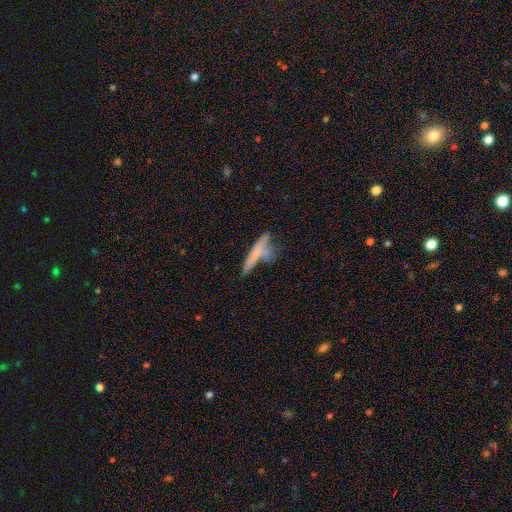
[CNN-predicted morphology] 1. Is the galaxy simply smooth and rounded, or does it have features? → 55% smooth, 34% featured or disk, 11% star or artifact.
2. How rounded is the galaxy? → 82% cigar-shaped, 14% in between, 3% round.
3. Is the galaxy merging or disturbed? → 44% none, 22% merger, 20% minor disturbance, 14% major disturbance.